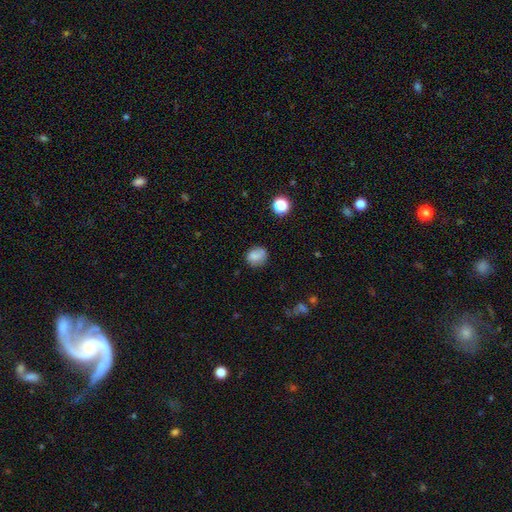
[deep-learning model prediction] Overall: smooth (80%). How rounded: round (61%; in between 38%). Merging: none (72%).